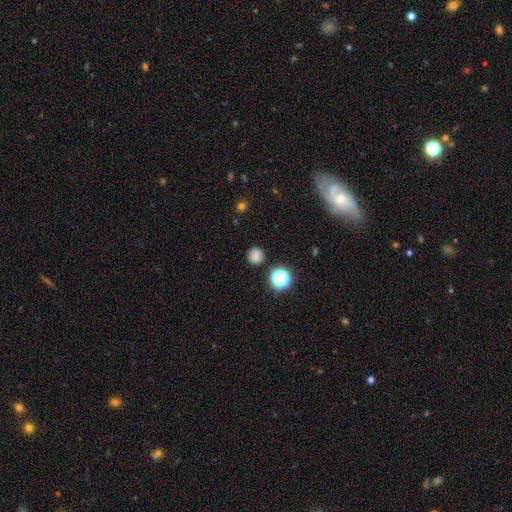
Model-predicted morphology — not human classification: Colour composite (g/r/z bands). It shows a smooth galaxy with no disk features (77%) that is round (91%). Merging: none (85%).